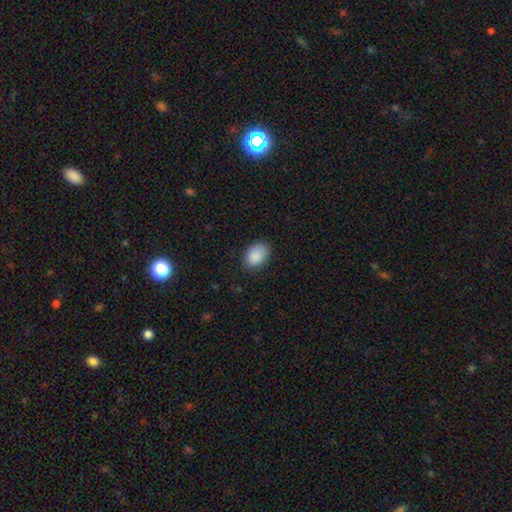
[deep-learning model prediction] Smooth or featured: smooth — 89% (star or artifact — 7%)
How rounded: in between — 82% (round — 17%)
Merging: none — 81% (minor disturbance — 15%)